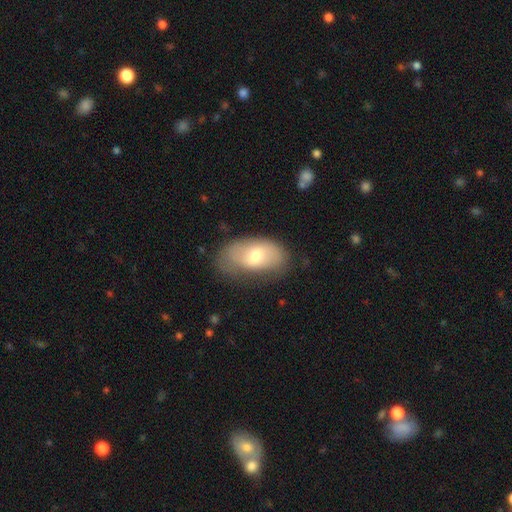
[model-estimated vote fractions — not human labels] The model was most divided on "smooth or featured": smooth: 61%, featured or disk: 32%, star or artifact: 7%. More confident: how rounded — in between (93%); merging — none (58%).